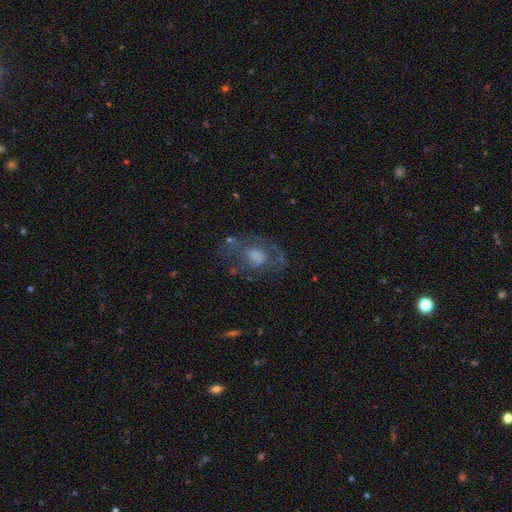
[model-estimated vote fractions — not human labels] Smooth or featured? featured or disk (59%)
Edge-on disk? no (94%)
Bar? no (79%)
Spiral arms? no (55%)
Bulge size? moderate (39%)
Merging? none (61%)